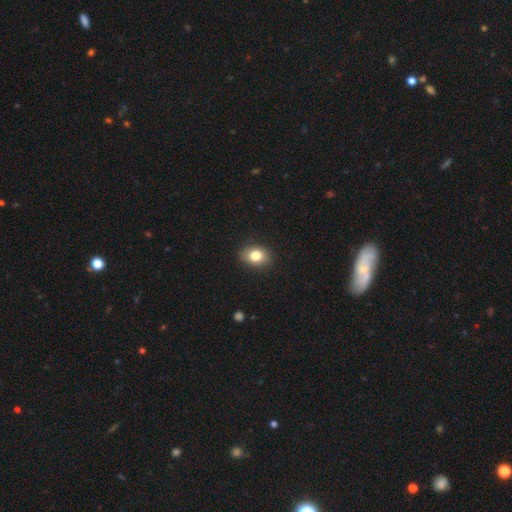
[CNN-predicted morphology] A smooth galaxy with no disk features (82%) that is in between round and cigar-shaped (69%).

Vote fractions:
- Smooth or featured? smooth: 82% / star or artifact: 9% / featured or disk: 9%
- How rounded? in between: 69% / round: 30% / cigar-shaped: 1%
- Merging? none: 88% / minor disturbance: 9% / major disturbance: 2% / merger: 1%